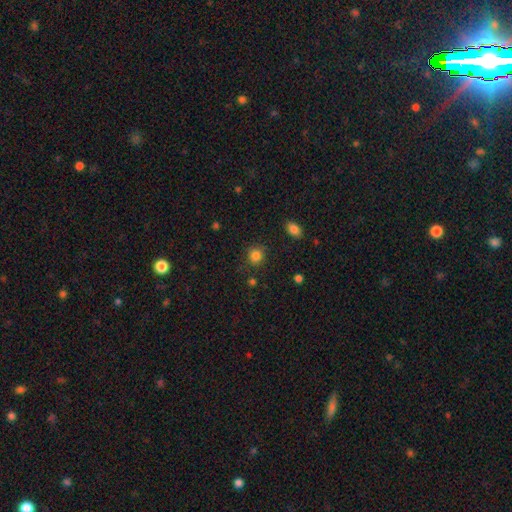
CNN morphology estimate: Smooth or featured?
  - smooth: 84% *
  - star or artifact: 12%
  - featured or disk: 4%
How rounded?
  - round: 85% *
  - in between: 14%
  - cigar-shaped: 1%
Merging?
  - none: 83% *
  - minor disturbance: 11%
  - major disturbance: 3%
  - merger: 2%